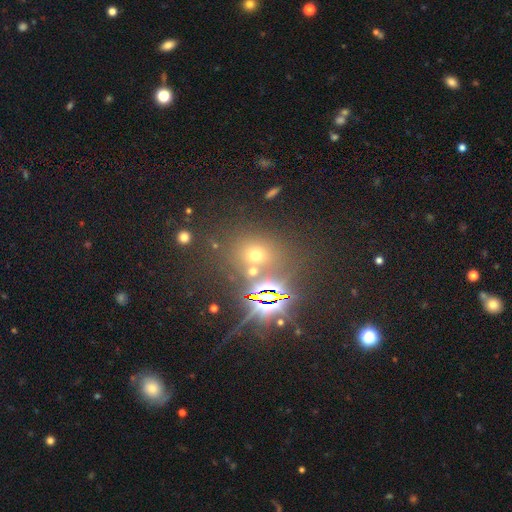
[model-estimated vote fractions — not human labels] Morphology: type=star or artifact (48%).